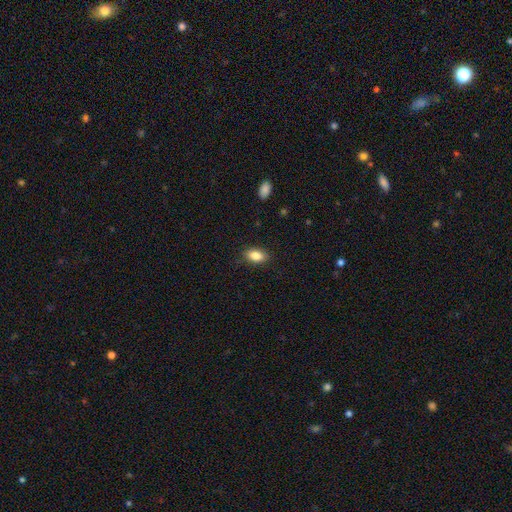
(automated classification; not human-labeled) This is clearly a smooth galaxy (85%). How rounded: clearly in between (88%). Merging: clearly none (87%).